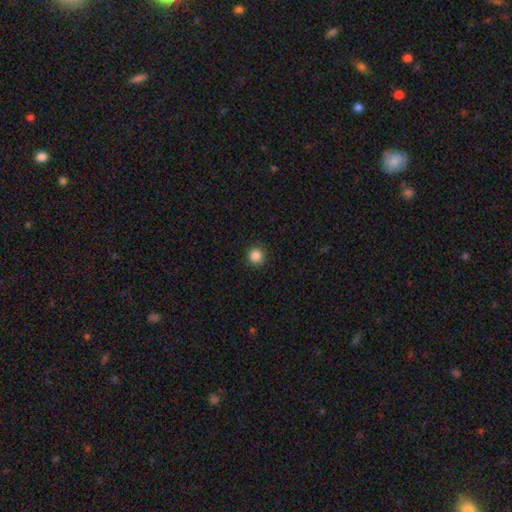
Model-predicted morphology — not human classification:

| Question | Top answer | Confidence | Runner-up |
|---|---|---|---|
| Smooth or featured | smooth | 87% | star or artifact (10%) |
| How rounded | round | 95% | in between (4%) |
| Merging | none | 91% | minor disturbance (6%) |